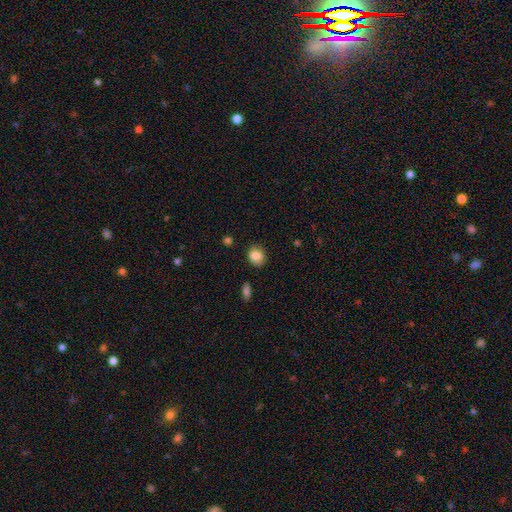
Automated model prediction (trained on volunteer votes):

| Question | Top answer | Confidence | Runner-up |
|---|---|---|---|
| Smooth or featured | smooth | 85% | star or artifact (9%) |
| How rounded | round | 56% | in between (43%) |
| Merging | none | 80% | minor disturbance (15%) |